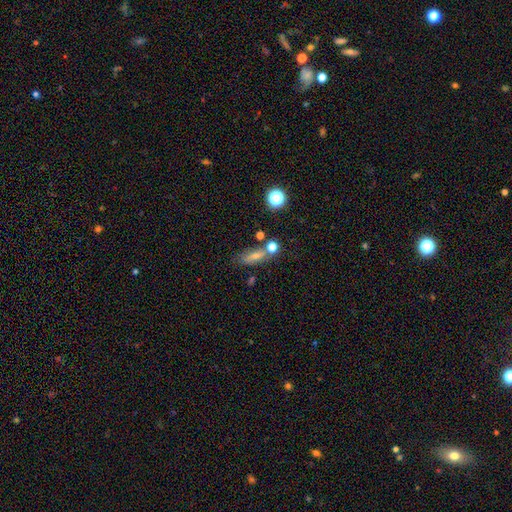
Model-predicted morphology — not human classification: Smooth or featured? Predicted: smooth (p=0.47). Merging? Predicted: none (p=0.63).